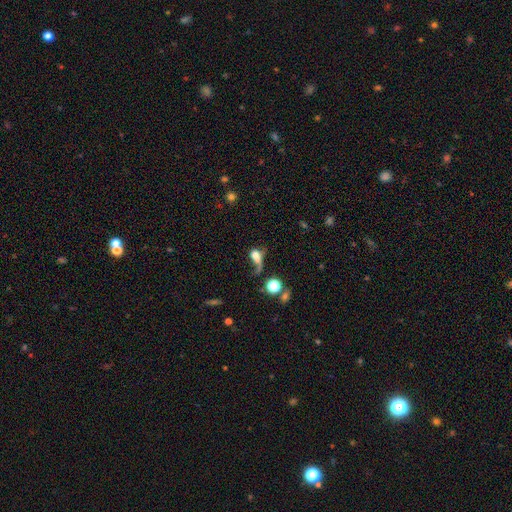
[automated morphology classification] Smooth or featured? smooth (58%)
How rounded? in between (52%)
Merging? major disturbance (42%)